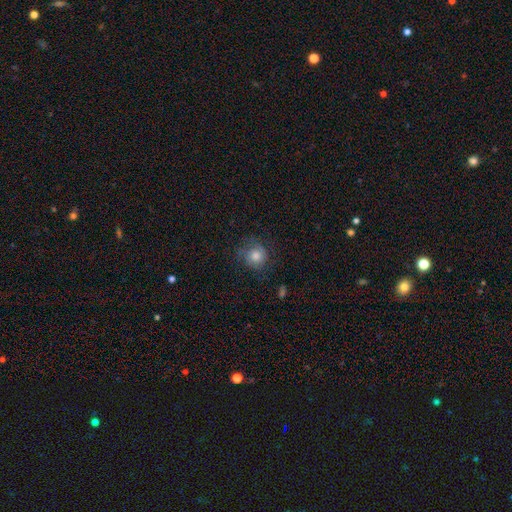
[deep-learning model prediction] Smooth or featured? Predicted: smooth (p=0.62). How rounded? Predicted: round (p=0.85). Merging? Predicted: none (p=0.69).